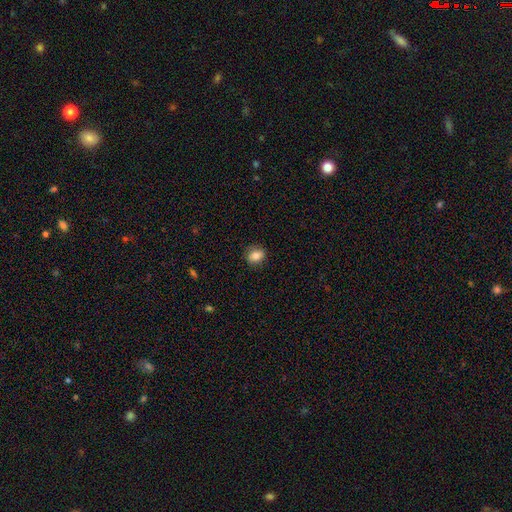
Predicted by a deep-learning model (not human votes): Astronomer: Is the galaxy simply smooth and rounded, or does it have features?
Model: smooth — 81%.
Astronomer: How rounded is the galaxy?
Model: round — 51% (runner-up: in between, 48%).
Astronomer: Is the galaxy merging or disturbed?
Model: none — 85%.